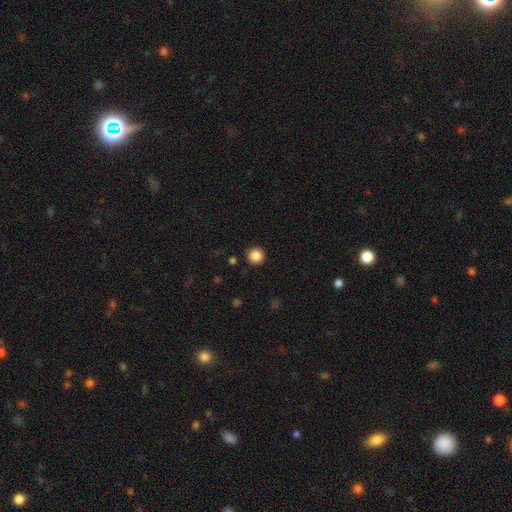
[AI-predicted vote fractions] smooth_or_featured: smooth (p=0.86) [alt: star or artifact p=0.10]
how_rounded: round (p=0.95) [alt: in between p=0.04]
merging: none (p=0.92) [alt: minor disturbance p=0.05]